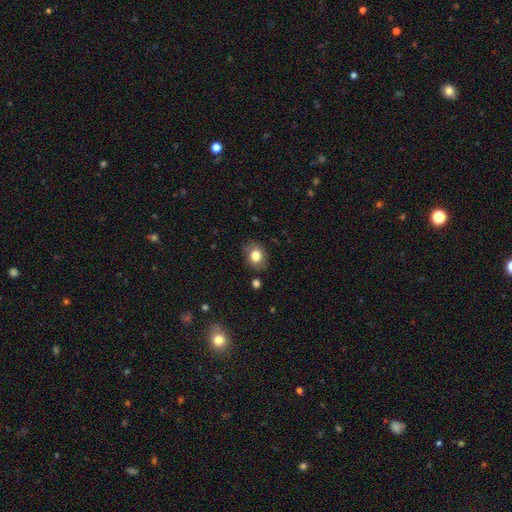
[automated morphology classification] Q: Smooth or featured?
A: smooth (80%); runner-up: featured or disk (11%)
Q: How rounded?
A: in between (59%); runner-up: round (40%)
Q: Merging?
A: none (79%); runner-up: minor disturbance (16%)